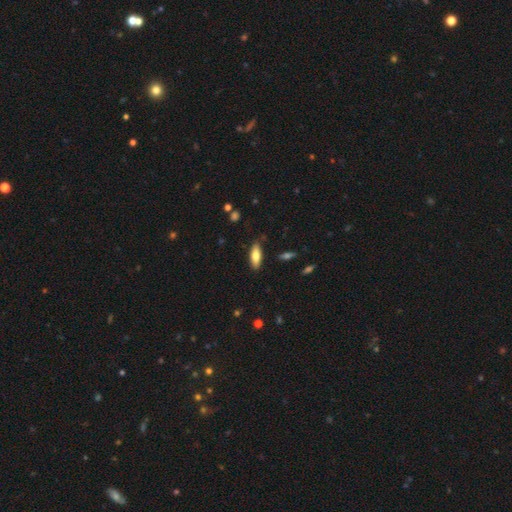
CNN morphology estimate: The model was most divided on "how rounded": in between: 68%, cigar-shaped: 31%, round: 2%. More confident: merging — none (85%); smooth or featured — smooth (77%).